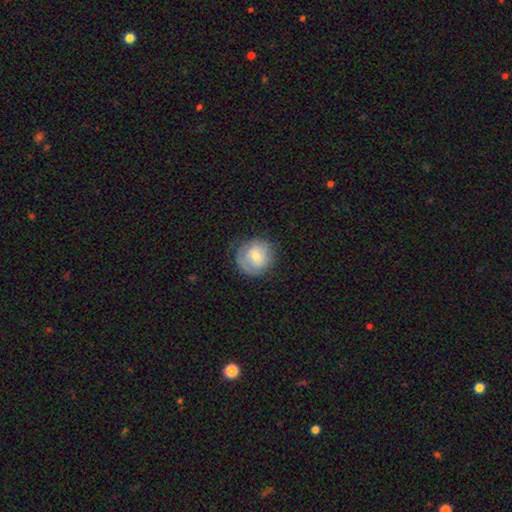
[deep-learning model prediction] Smooth or featured? smooth (55%)
How rounded? round (90%)
Merging? none (75%)